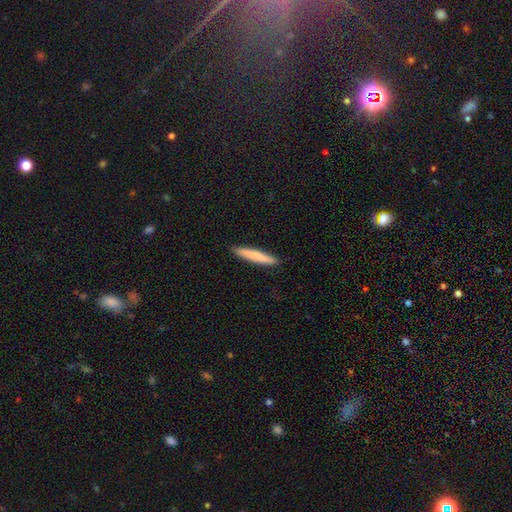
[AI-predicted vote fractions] smooth-or-featured: smooth: 76% | featured or disk: 19% | star or artifact: 5%
  how-rounded: cigar-shaped: 94% | in between: 5% | round: 1%
  merging: none: 91% | minor disturbance: 6% | major disturbance: 1% | merger: 1%